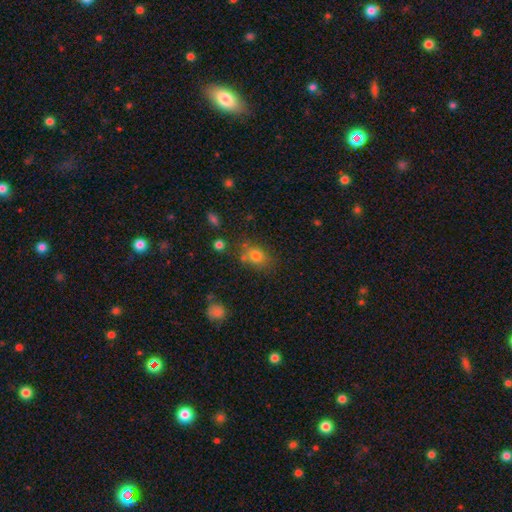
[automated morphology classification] smooth-or-featured: smooth: 76% | star or artifact: 14% | featured or disk: 10%
  how-rounded: in between: 50% | round: 49% | cigar-shaped: 1%
  merging: none: 66% | minor disturbance: 17% | merger: 11% | major disturbance: 6%